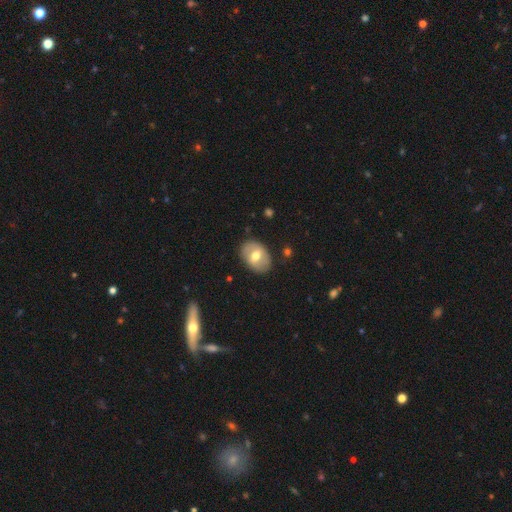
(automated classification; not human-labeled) Morphology: type=smooth (56%); roundness=in between (73%); merging=none (83%).